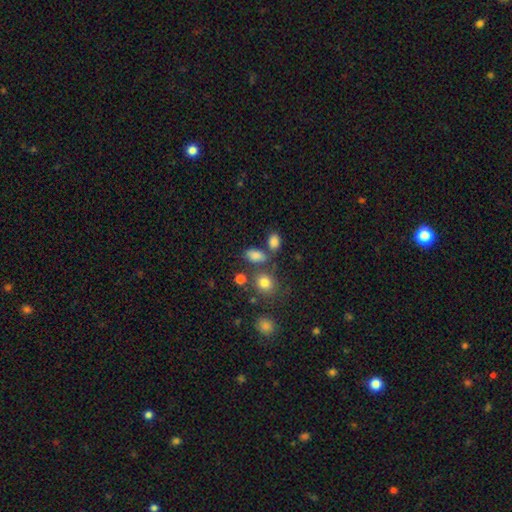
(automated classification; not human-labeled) Smooth or featured: smooth — 81% (star or artifact — 12%)
How rounded: in between — 84% (round — 13%)
Merging: none — 60% (merger — 19%)